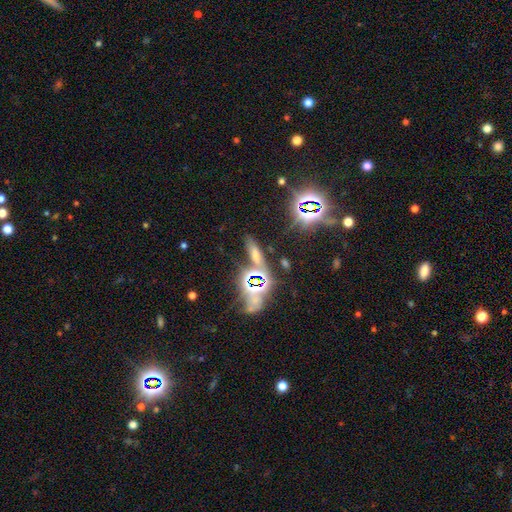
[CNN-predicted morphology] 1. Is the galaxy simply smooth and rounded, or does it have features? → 50% star or artifact, 32% smooth, 17% featured or disk.